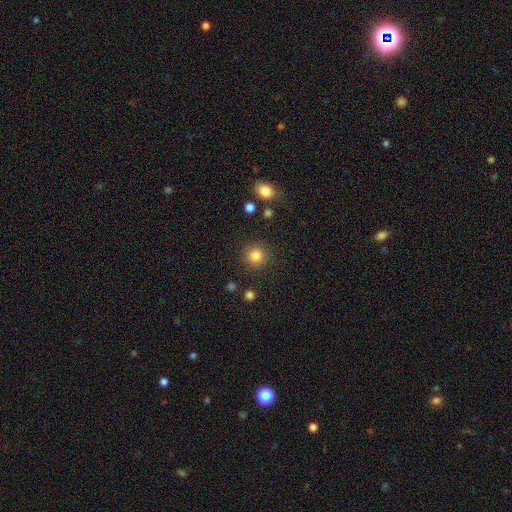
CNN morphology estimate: A smooth galaxy with no disk features (85%) that is round (94%). Merging: none (89%).